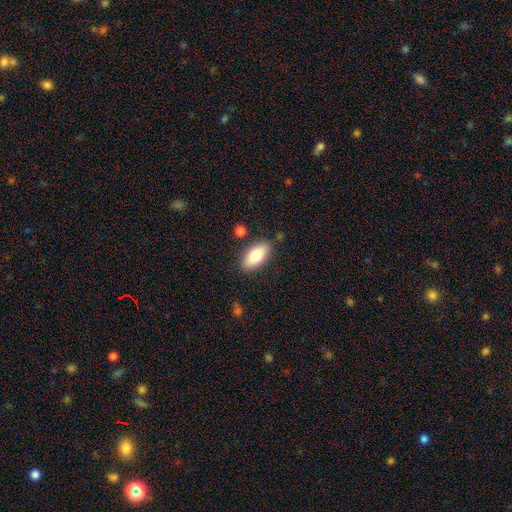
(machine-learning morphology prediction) type=smooth (79%); roundness=in between (90%); merging=none (83%).